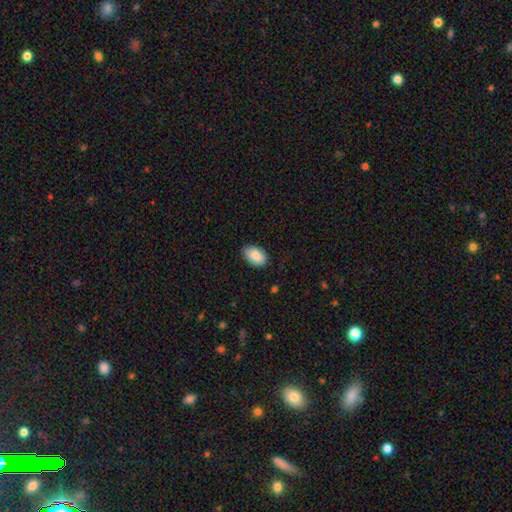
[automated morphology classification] Smooth or featured? Predicted: smooth (p=0.86). How rounded? Predicted: in between (p=0.90). Merging? Predicted: none (p=0.82).